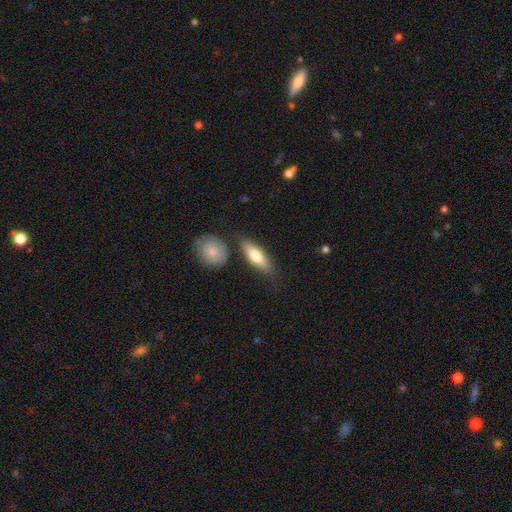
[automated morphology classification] This appears to be a smooth galaxy with no disk features (68%) that is in between round and cigar-shaped (60%). Merging: none (74%).